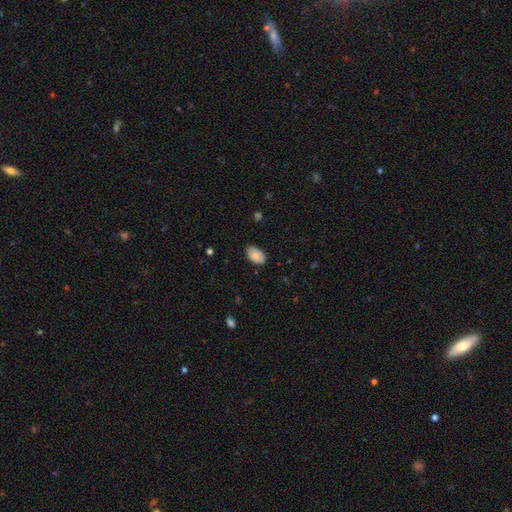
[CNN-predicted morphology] Q: Smooth or featured?
A: smooth (79%); runner-up: featured or disk (14%)
Q: How rounded?
A: in between (93%); runner-up: round (5%)
Q: Merging?
A: none (77%); runner-up: minor disturbance (19%)